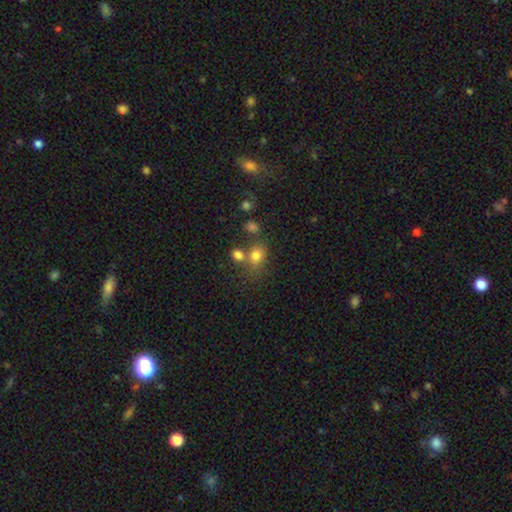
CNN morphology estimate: Q: Smooth or featured?
A: smooth (76%); runner-up: star or artifact (14%)
Q: How rounded?
A: round (53%); runner-up: in between (46%)
Q: Merging?
A: none (49%); runner-up: merger (30%)